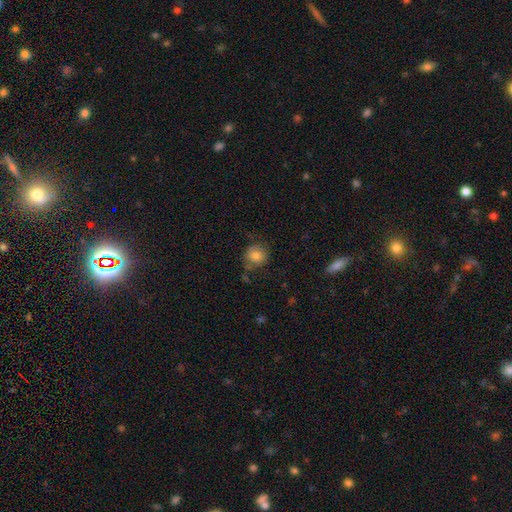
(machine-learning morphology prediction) Q: Smooth or featured?
A: smooth (79%); runner-up: featured or disk (12%)
Q: How rounded?
A: round (81%); runner-up: in between (18%)
Q: Merging?
A: none (65%); runner-up: minor disturbance (23%)